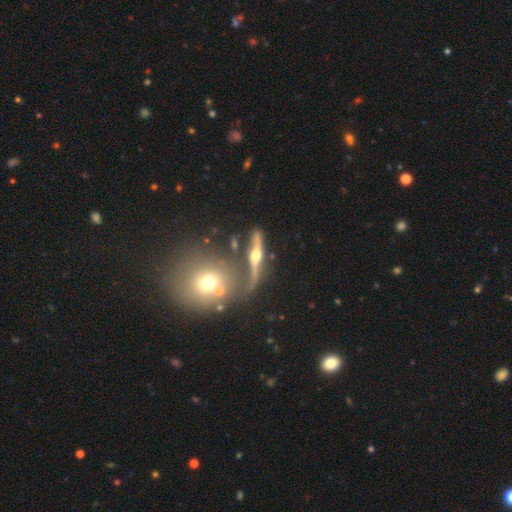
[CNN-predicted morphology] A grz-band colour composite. It shows a featured or disk galaxy (77%) viewed edge-on (85%) with a rounded central bulge (95%). Merging: none (64%).